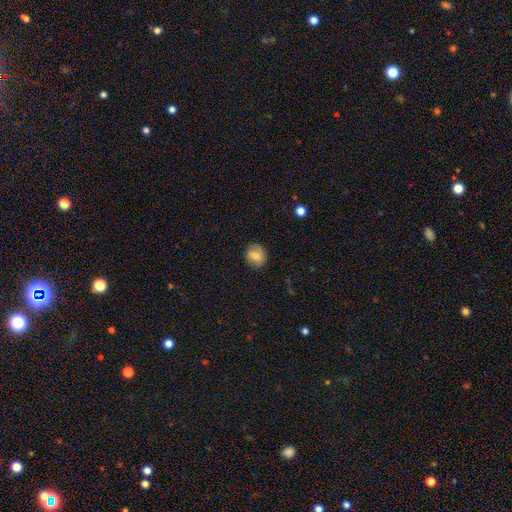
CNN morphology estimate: Overall: smooth (70%). How rounded: round (75%). Merging: none (79%).